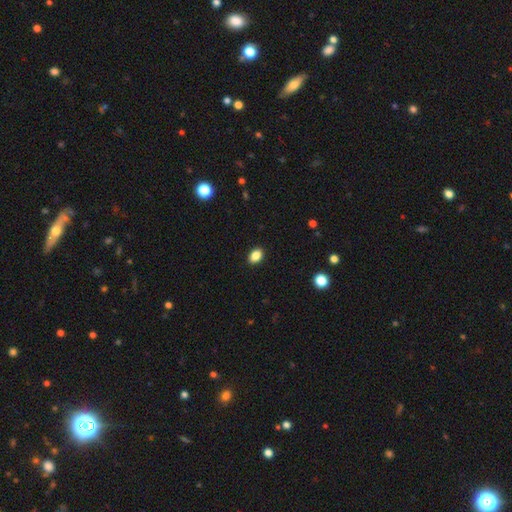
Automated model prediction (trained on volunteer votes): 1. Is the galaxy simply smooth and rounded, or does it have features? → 87% smooth, 10% star or artifact, 4% featured or disk.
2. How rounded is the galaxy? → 79% in between, 20% round, 1% cigar-shaped.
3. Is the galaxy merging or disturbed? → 90% none, 7% minor disturbance, 2% major disturbance, 1% merger.